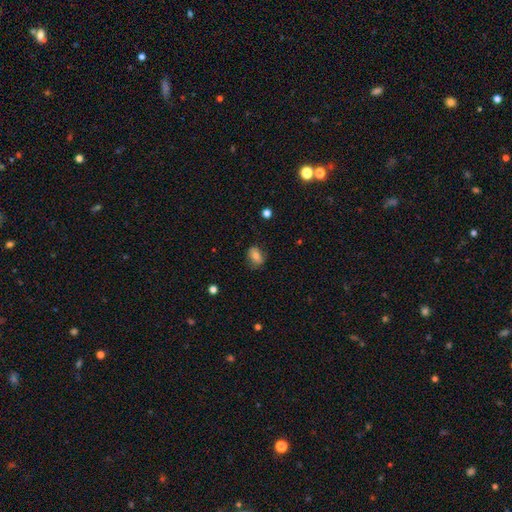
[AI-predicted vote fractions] A smooth galaxy with no disk features (69%) that is in between round and cigar-shaped (64%). Merging: none (75%).